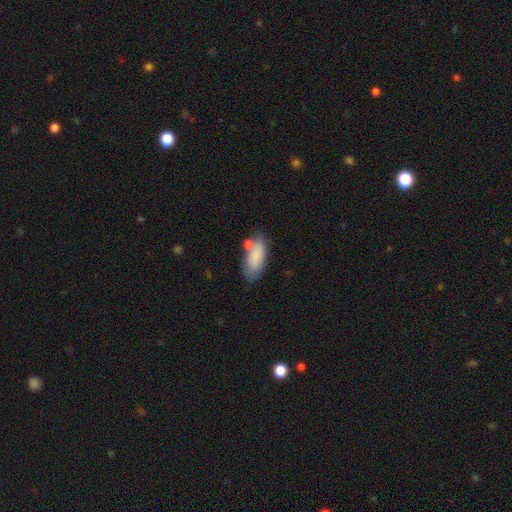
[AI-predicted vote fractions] This appears to be a smooth galaxy with no disk features (79%) that is in between round and cigar-shaped (87%). Merging: none (57%).